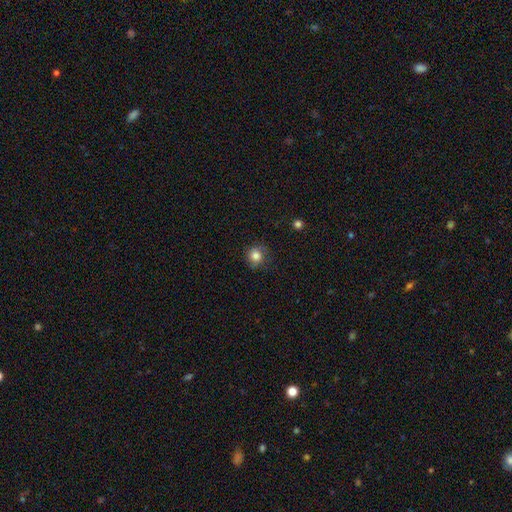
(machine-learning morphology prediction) This is clearly a smooth galaxy (82%). How rounded: clearly round (87%). Merging: likely none (76%).